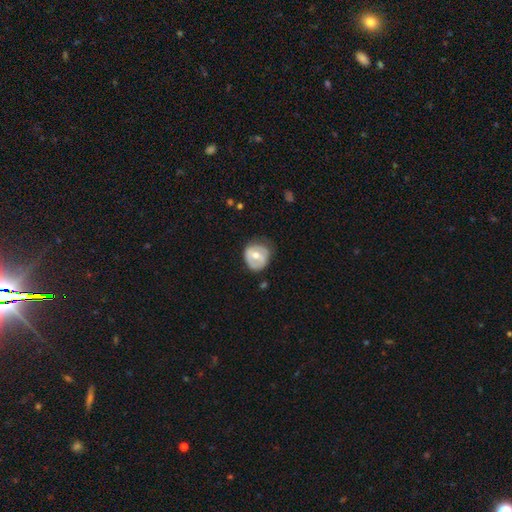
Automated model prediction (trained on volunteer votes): smooth-or-featured: featured or disk: 50% | smooth: 44% | star or artifact: 6%
  merging: none: 57% | minor disturbance: 31% | major disturbance: 11% | merger: 2%